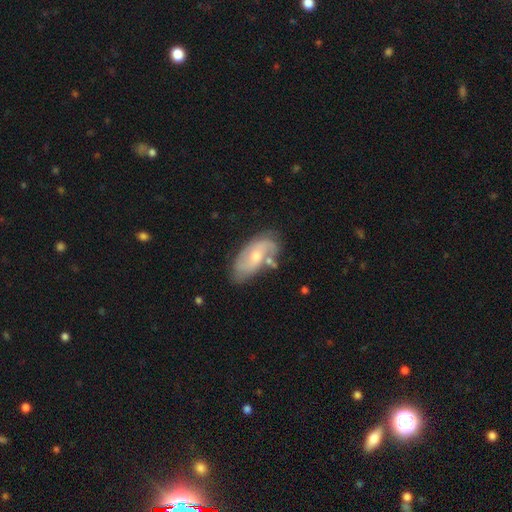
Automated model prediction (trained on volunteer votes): Smooth or featured? Predicted: featured or disk (p=0.67). Edge-on disk? Predicted: no (p=0.92). Bar? Predicted: no (p=0.57). Spiral arms? Predicted: yes (p=0.85). Spiral winding? Predicted: medium (p=0.41). Spiral arm count? Predicted: 2 (p=0.64). Bulge size? Predicted: moderate (p=0.49). Merging? Predicted: none (p=0.60).